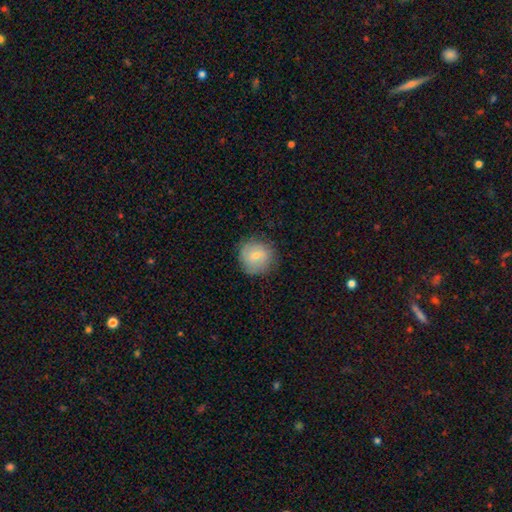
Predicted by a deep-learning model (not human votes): Smooth or featured? Predicted: smooth (p=0.72). How rounded? Predicted: round (p=0.90). Merging? Predicted: none (p=0.81).